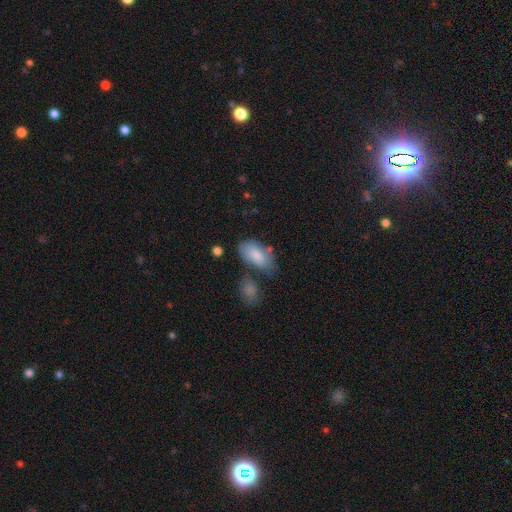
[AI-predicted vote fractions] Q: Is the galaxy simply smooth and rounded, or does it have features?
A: smooth — 81%.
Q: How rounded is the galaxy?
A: in between — 94%.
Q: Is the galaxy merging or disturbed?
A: none — 51%.